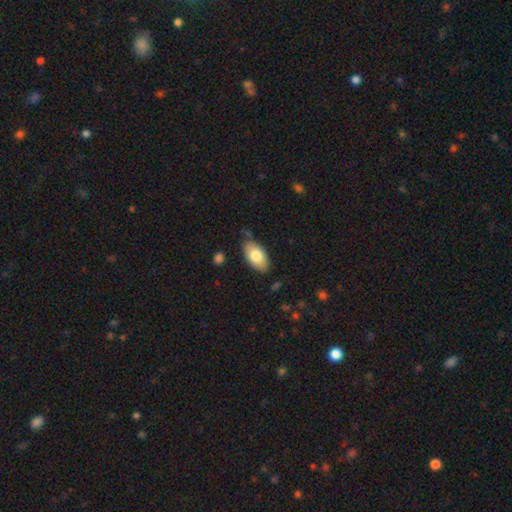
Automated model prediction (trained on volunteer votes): Q: Smooth or featured?
A: smooth (78%); runner-up: featured or disk (16%)
Q: How rounded?
A: in between (94%); runner-up: round (3%)
Q: Merging?
A: none (78%); runner-up: minor disturbance (17%)